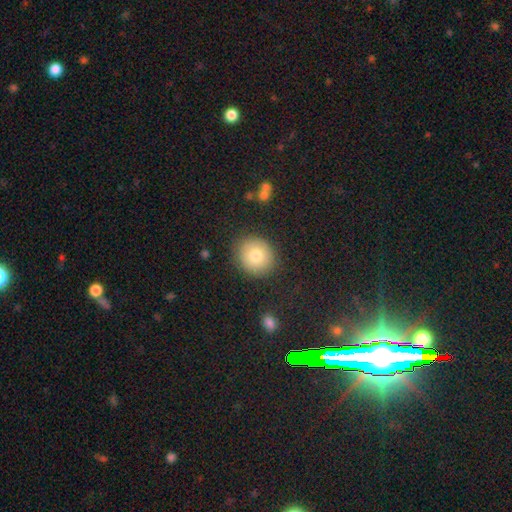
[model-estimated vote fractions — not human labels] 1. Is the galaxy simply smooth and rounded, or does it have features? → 79% smooth, 12% featured or disk, 9% star or artifact.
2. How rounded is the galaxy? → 84% round, 15% in between, 1% cigar-shaped.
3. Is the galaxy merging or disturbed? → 87% none, 9% minor disturbance, 3% major disturbance, 2% merger.